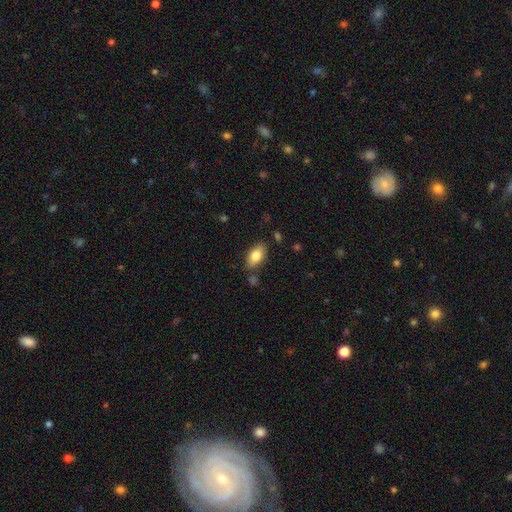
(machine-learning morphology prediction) Smooth or featured? smooth (82%)
How rounded? in between (91%)
Merging? none (78%)